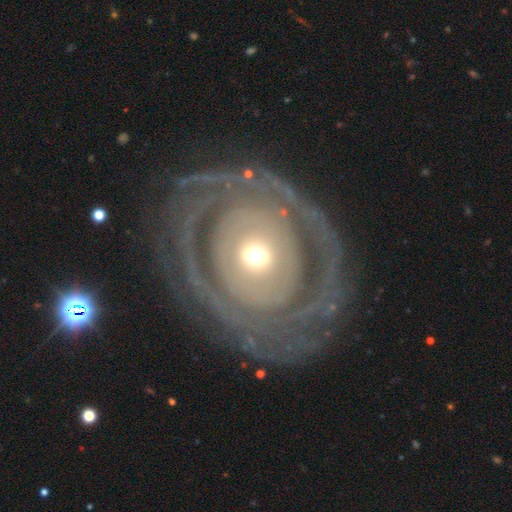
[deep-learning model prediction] This appears to be a featured or disk galaxy (84%) with no bar (72%), tight (69%) spiral arms (78%) and a small central bulge (49%). Merging: none (70%).